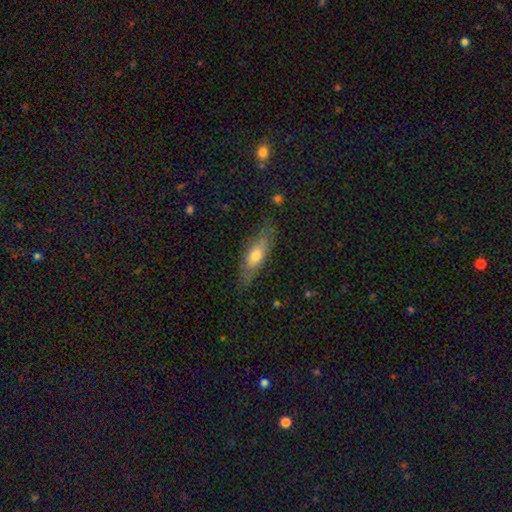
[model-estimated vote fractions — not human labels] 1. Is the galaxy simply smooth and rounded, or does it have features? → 59% smooth, 34% featured or disk, 6% star or artifact.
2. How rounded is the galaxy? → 64% in between, 33% cigar-shaped, 3% round.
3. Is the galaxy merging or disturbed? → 72% none, 20% minor disturbance, 7% major disturbance, 2% merger.